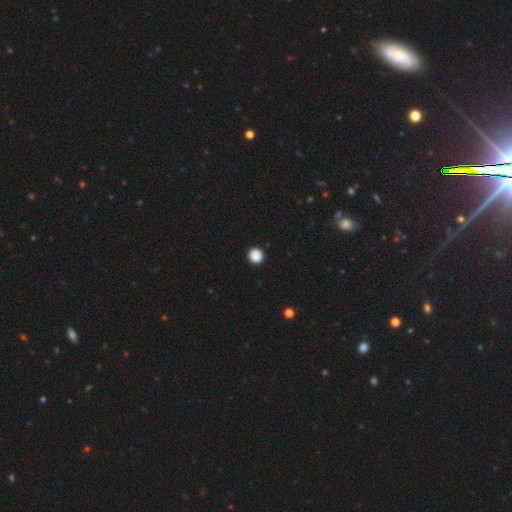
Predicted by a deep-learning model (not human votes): Overall: smooth (88%). How rounded: round (94%). Merging: none (93%).